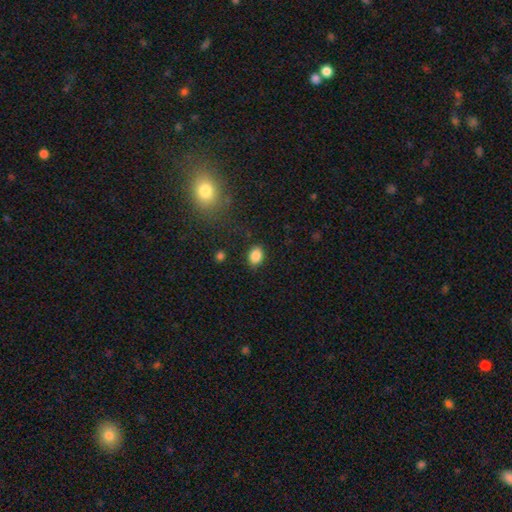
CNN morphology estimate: Smooth or featured? Predicted: smooth (p=0.86). How rounded? Predicted: in between (p=0.68). Merging? Predicted: none (p=0.85).